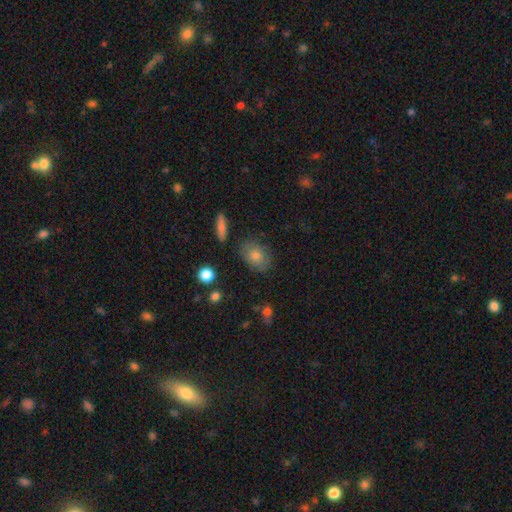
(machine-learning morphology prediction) This appears to be a smooth galaxy with no disk features (76%) that is in between round and cigar-shaped (77%). Merging: none (80%).